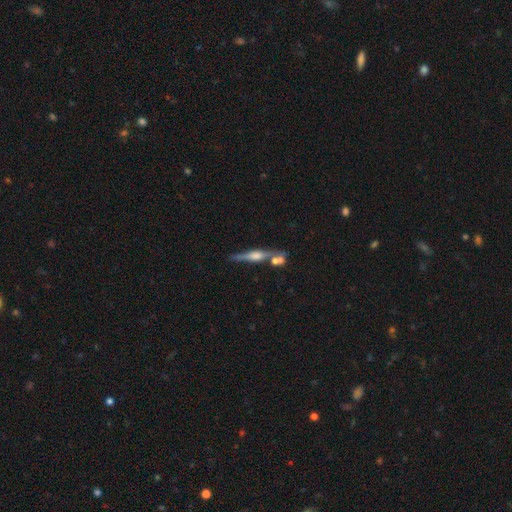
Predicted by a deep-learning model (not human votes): Overall: featured or disk (74%). Edge-on disk: yes (96%). Edge-on bulge: rounded (82%). Merging: none (68%).